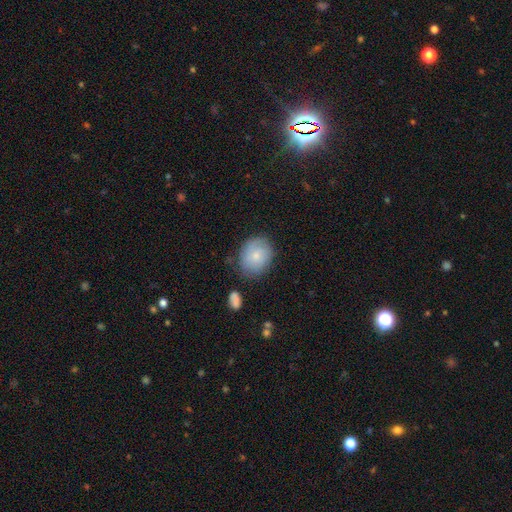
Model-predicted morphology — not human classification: Q: Smooth or featured?
A: smooth (63%); runner-up: featured or disk (30%)
Q: How rounded?
A: round (57%); runner-up: in between (42%)
Q: Merging?
A: none (72%); runner-up: minor disturbance (19%)